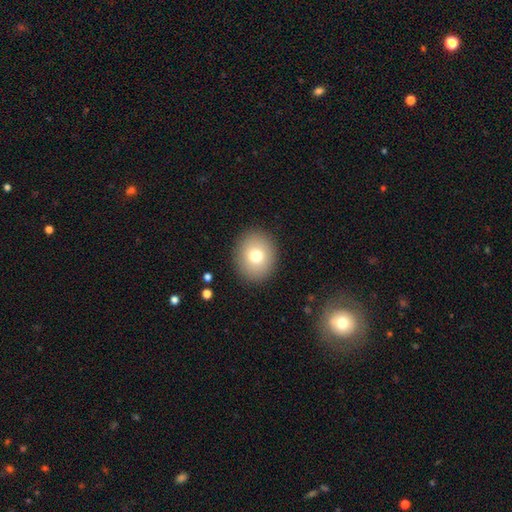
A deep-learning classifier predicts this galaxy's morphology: Smooth or featured? Predicted: smooth (p=0.75). How rounded? Predicted: round (p=0.70). Merging? Predicted: none (p=0.90).